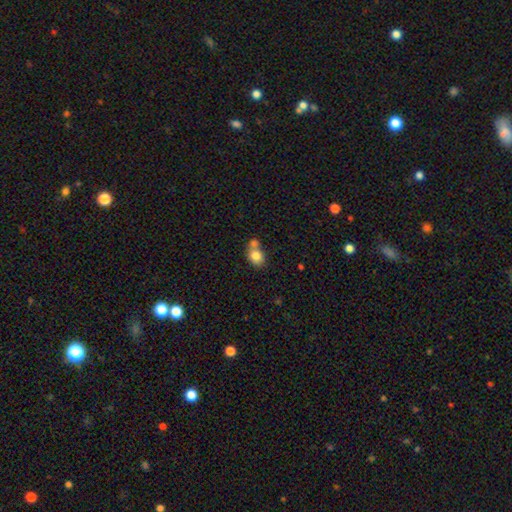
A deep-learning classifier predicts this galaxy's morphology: Overall: smooth (80%). How rounded: round (50%; in between 49%). Merging: merger (49%; none 37%).